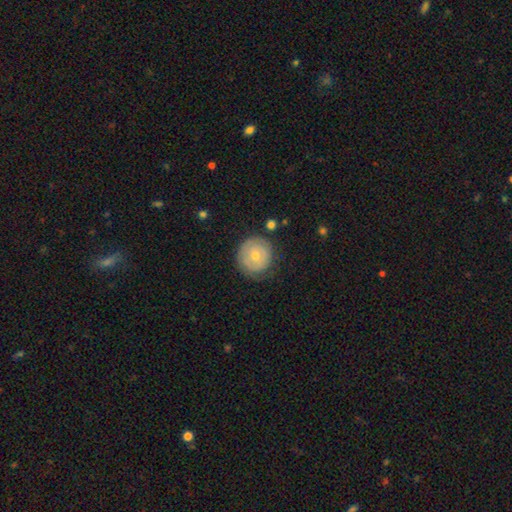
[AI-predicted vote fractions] Q: Smooth or featured?
A: smooth (57%); runner-up: featured or disk (36%)
Q: How rounded?
A: round (93%); runner-up: in between (6%)
Q: Merging?
A: none (75%); runner-up: minor disturbance (17%)